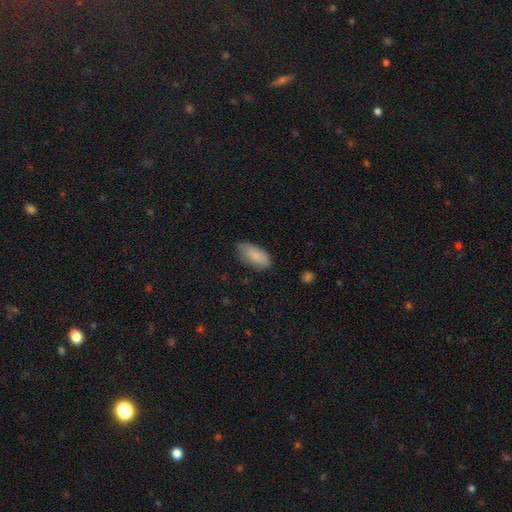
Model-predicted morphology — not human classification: smooth 86%, featured or disk 8%, star or artifact 6%. Down the decision tree: how rounded — in between (89%); merging — none (70%).